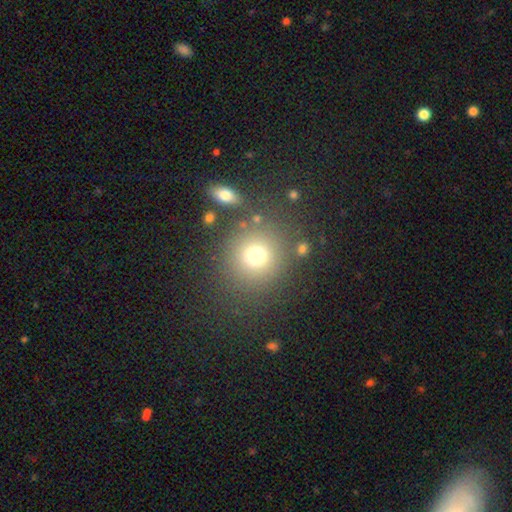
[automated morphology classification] Smooth or featured: smooth — 74% (star or artifact — 16%)
How rounded: round — 87% (in between — 12%)
Merging: none — 80% (minor disturbance — 9%)